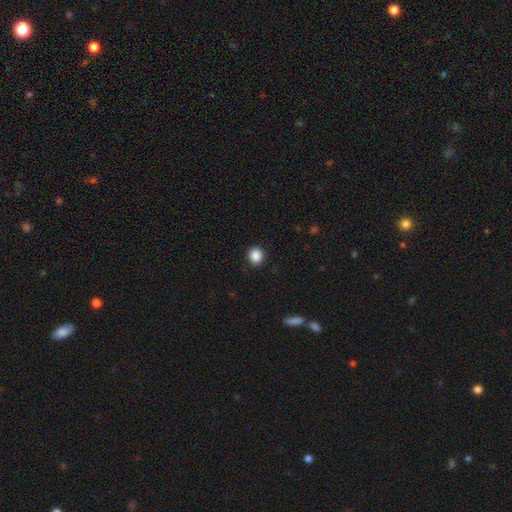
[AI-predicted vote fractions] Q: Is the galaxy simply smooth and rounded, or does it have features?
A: smooth — 88%.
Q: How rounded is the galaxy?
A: round — 80%.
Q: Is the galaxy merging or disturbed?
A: none — 91%.